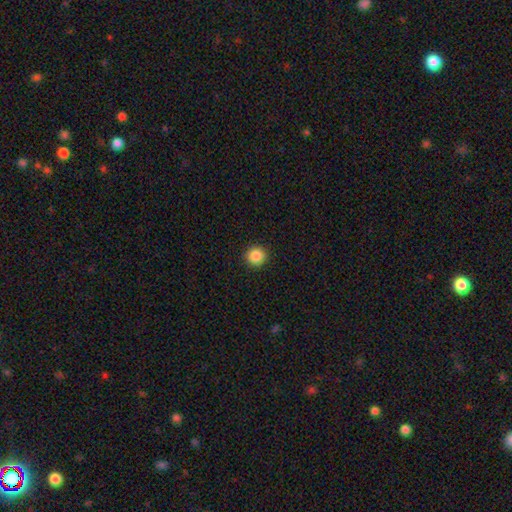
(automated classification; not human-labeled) A smooth galaxy with no disk features (87%) that is round (94%). Merging: none (92%).